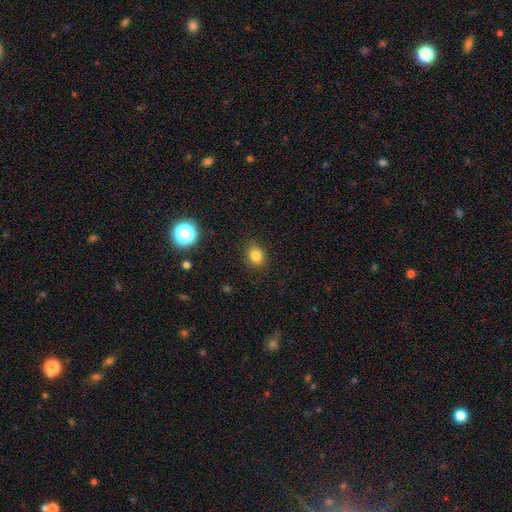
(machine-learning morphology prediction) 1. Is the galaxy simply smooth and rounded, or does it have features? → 81% smooth, 13% star or artifact, 6% featured or disk.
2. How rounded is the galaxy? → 64% round, 35% in between, 1% cigar-shaped.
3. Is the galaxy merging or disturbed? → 87% none, 9% minor disturbance, 3% major disturbance, 1% merger.